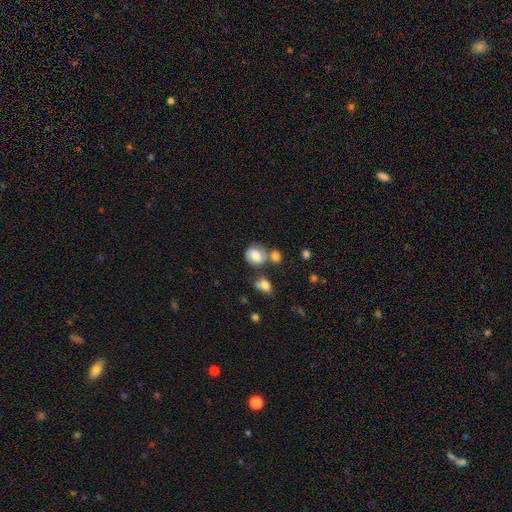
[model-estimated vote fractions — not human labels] Morphology: type=smooth (67%); roundness=round (53%); merging=none (46%).